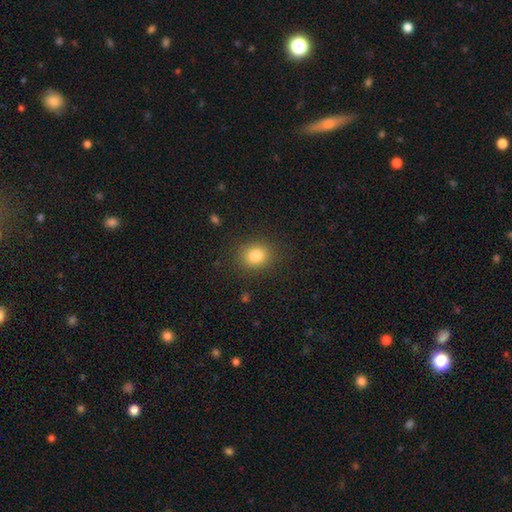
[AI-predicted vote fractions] smooth-or-featured: smooth: 82% | star or artifact: 11% | featured or disk: 7%
  how-rounded: round: 69% | in between: 30% | cigar-shaped: 1%
  merging: none: 86% | minor disturbance: 9% | major disturbance: 3% | merger: 1%